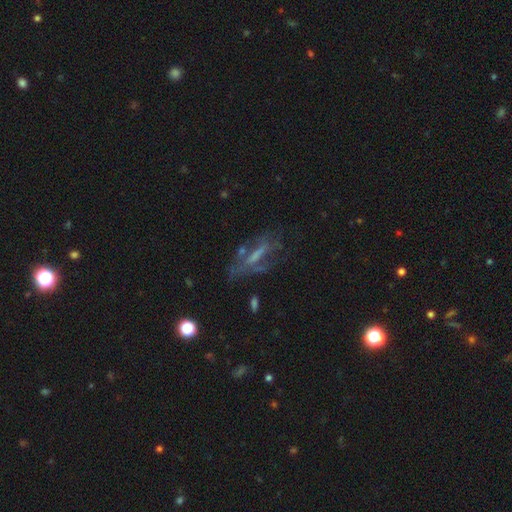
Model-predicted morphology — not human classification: Smooth or featured?
  - featured or disk: 58% *
  - smooth: 25%
  - star or artifact: 16%
Edge-on disk?
  - no: 73% *
  - yes: 27%
Merging?
  - none: 49% *
  - major disturbance: 24%
  - minor disturbance: 21%
  - merger: 6%